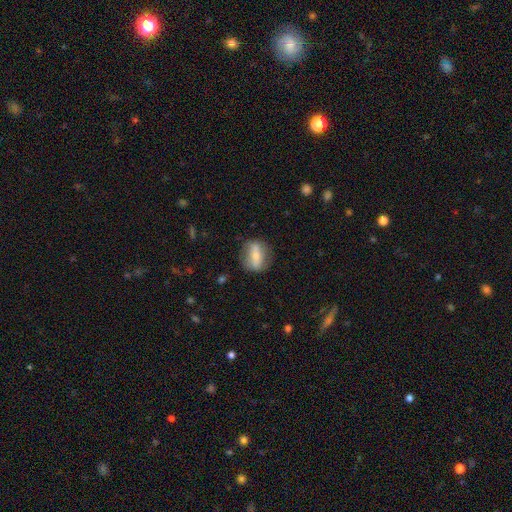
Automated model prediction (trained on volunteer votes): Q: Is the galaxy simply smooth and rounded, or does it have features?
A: smooth — 55%.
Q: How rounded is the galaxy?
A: in between — 60%.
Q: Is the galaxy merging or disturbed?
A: none — 74%.